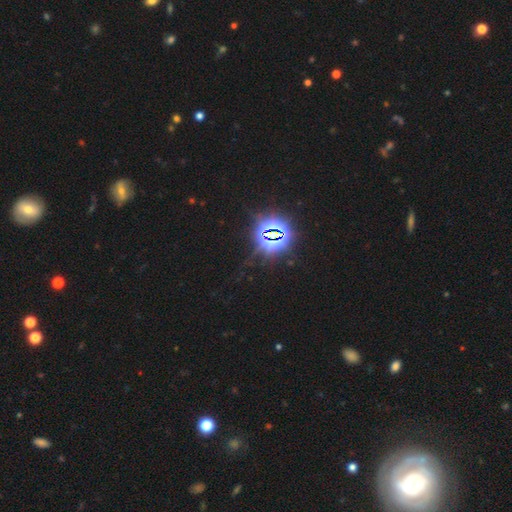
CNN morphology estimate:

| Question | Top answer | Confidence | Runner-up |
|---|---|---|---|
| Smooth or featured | star or artifact | 83% | smooth (10%) |